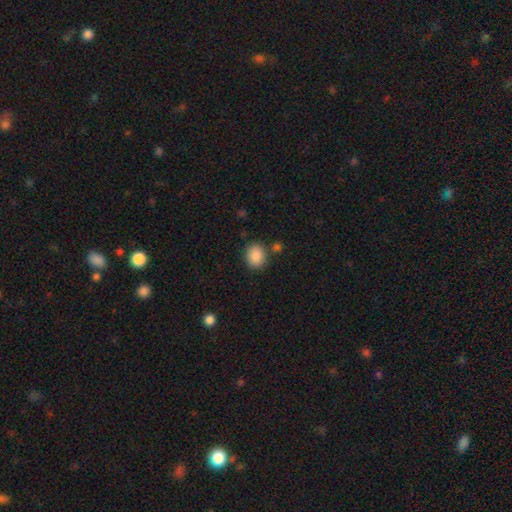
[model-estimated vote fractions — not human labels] Q: Smooth or featured?
A: smooth (88%); runner-up: star or artifact (8%)
Q: How rounded?
A: round (60%); runner-up: in between (39%)
Q: Merging?
A: none (81%); runner-up: minor disturbance (10%)